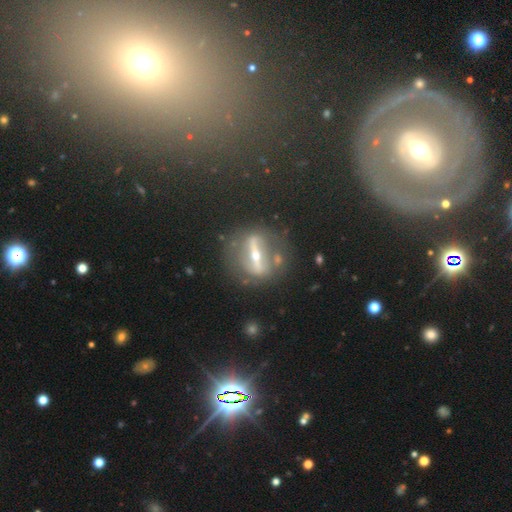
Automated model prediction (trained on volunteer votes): featured or disk 76%, star or artifact 12%, smooth 11%. Down the decision tree: edge-on disk — no (56%); merging — none (70%).